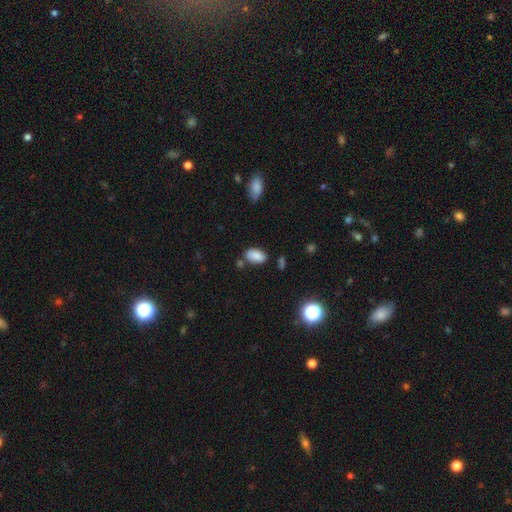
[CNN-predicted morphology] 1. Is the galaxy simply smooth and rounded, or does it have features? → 85% smooth, 9% star or artifact, 7% featured or disk.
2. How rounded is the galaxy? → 93% in between, 4% round, 3% cigar-shaped.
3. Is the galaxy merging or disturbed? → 74% none, 16% minor disturbance, 7% merger, 3% major disturbance.